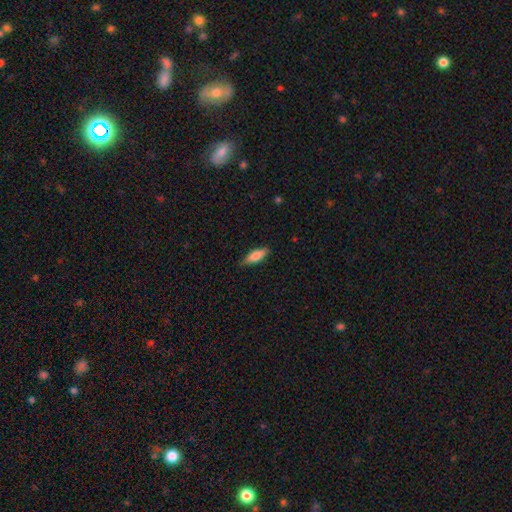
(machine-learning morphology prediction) Q: Smooth or featured?
A: smooth (78%); runner-up: featured or disk (16%)
Q: How rounded?
A: in between (55%); runner-up: cigar-shaped (43%)
Q: Merging?
A: none (82%); runner-up: minor disturbance (14%)